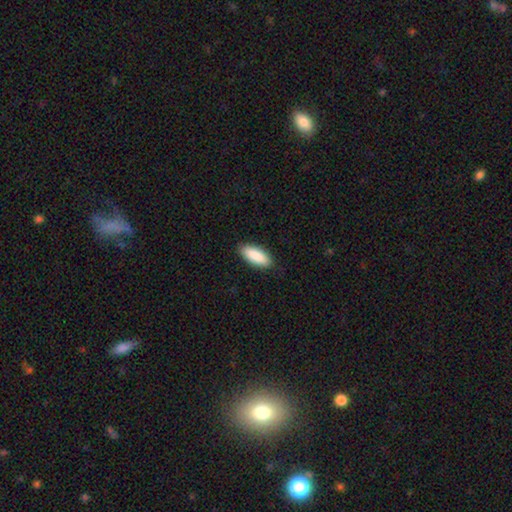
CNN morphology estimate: This is clearly a smooth galaxy (90%). How rounded: likely in between (79%). Merging: clearly none (88%).